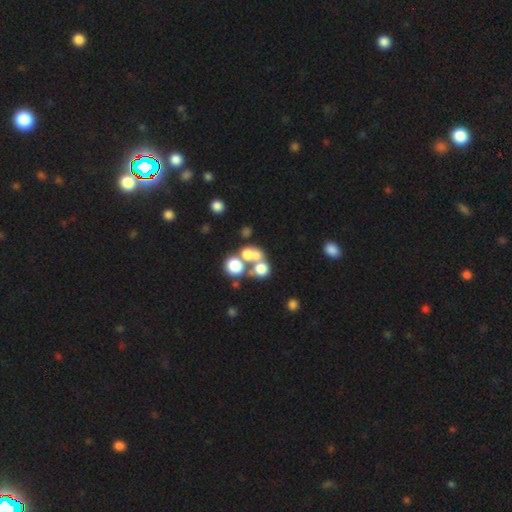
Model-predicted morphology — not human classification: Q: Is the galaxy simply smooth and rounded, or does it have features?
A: smooth — 61%.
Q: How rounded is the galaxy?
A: round — 75%.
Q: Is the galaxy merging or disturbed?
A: merger — 54%.